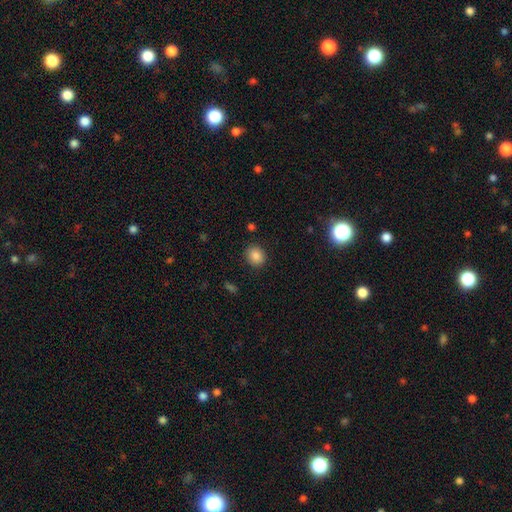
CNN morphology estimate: Overall: smooth (85%). How rounded: round (75%). Merging: none (89%).